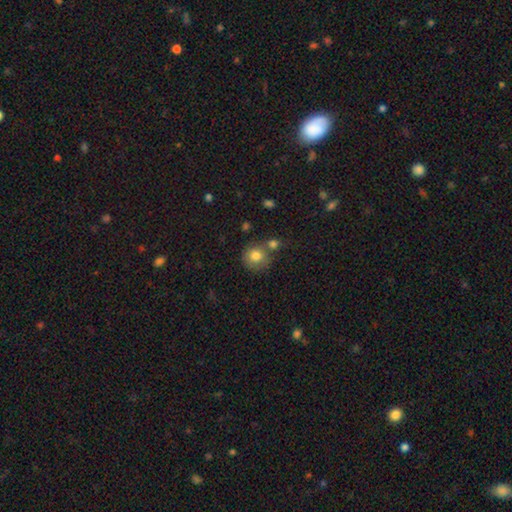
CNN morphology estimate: smooth_or_featured: smooth (p=0.81) [alt: featured or disk p=0.10]
how_rounded: round (p=0.88) [alt: in between p=0.11]
merging: none (p=0.59) [alt: merger p=0.24]